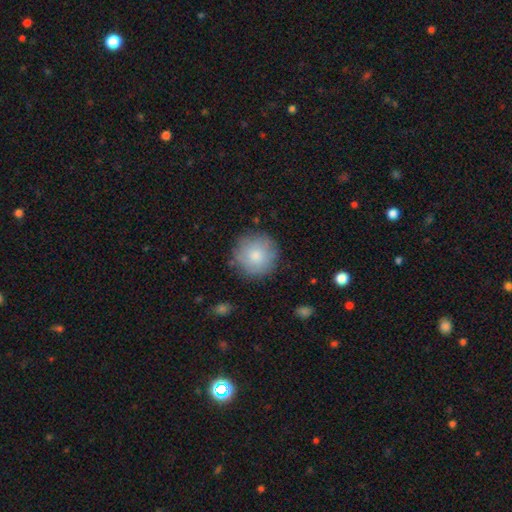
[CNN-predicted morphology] This appears to be a smooth galaxy with no disk features (80%) that is round (96%). Merging: none (84%).